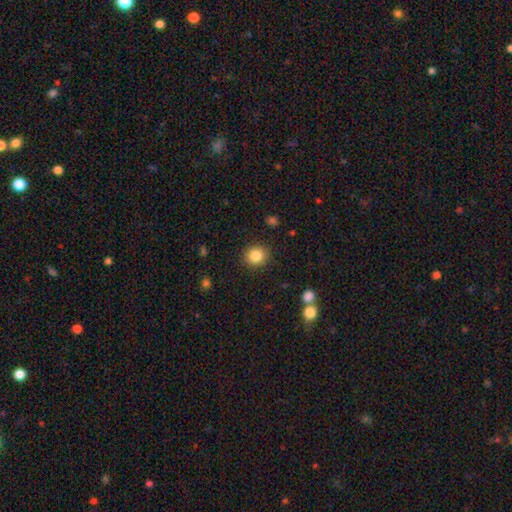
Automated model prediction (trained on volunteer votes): The model was most divided on "how rounded": round: 84%, in between: 16%, cigar-shaped: 1%. More confident: merging — none (89%); smooth or featured — smooth (84%).